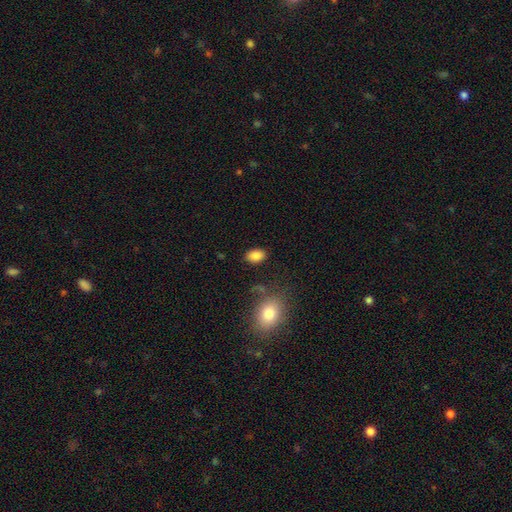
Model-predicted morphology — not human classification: smooth_or_featured: smooth (p=0.86) [alt: star or artifact p=0.09]
how_rounded: in between (p=0.85) [alt: round p=0.14]
merging: none (p=0.84) [alt: minor disturbance p=0.10]